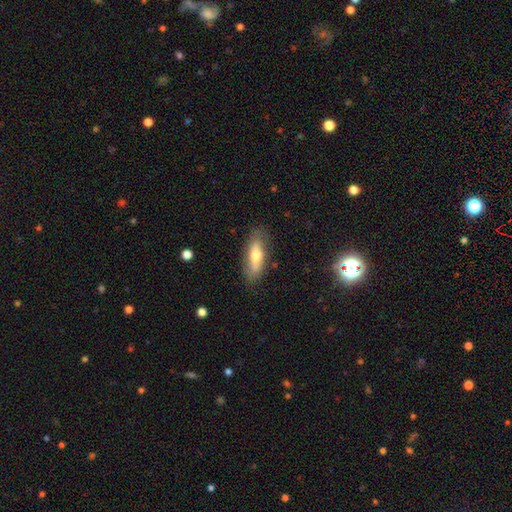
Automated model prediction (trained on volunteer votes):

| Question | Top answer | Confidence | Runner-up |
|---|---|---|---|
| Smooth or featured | smooth | 60% | featured or disk (32%) |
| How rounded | in between | 58% | cigar-shaped (39%) |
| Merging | none | 80% | minor disturbance (15%) |